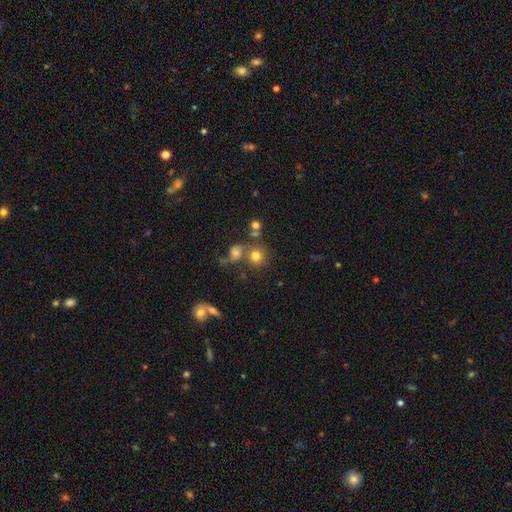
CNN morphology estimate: type=smooth (72%); roundness=round (88%); merging=none (56%).